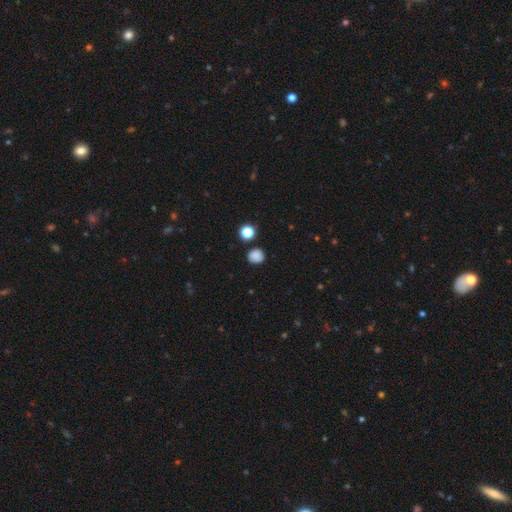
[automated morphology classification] Smooth or featured? smooth (83%)
How rounded? round (85%)
Merging? none (83%)